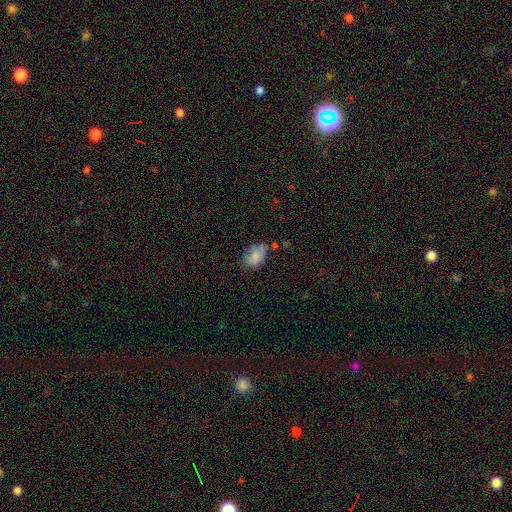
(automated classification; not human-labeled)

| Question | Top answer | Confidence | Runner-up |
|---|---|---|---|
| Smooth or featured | smooth | 83% | star or artifact (9%) |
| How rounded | in between | 88% | round (11%) |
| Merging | none | 57% | minor disturbance (29%) |